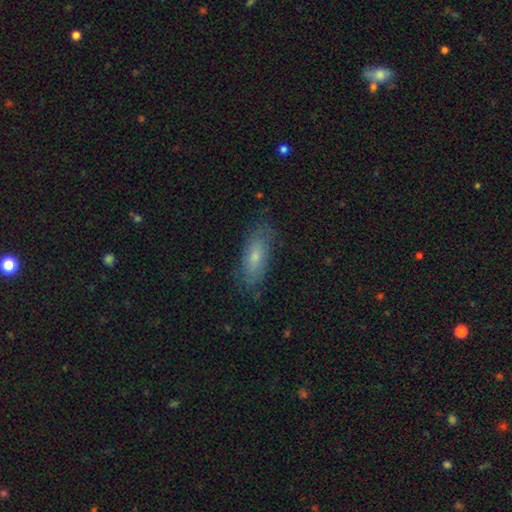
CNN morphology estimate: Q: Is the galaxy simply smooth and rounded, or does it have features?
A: smooth — 67%.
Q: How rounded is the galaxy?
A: in between — 73%.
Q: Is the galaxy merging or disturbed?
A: none — 77%.